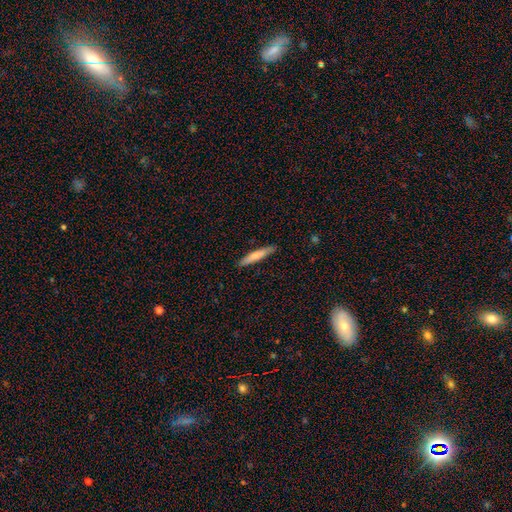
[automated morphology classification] A smooth galaxy with no disk features (69%) that is cigar-shaped (92%).

Vote fractions:
- Smooth or featured? smooth: 69% / featured or disk: 26% / star or artifact: 5%
- How rounded? cigar-shaped: 92% / in between: 7% / round: 1%
- Merging? none: 88% / minor disturbance: 9% / major disturbance: 2% / merger: 1%